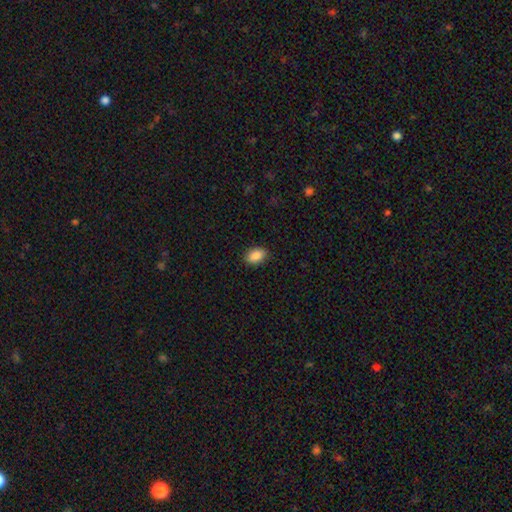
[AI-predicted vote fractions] This appears to be a smooth galaxy with no disk features (89%) that is in between round and cigar-shaped (86%). Merging: none (89%).